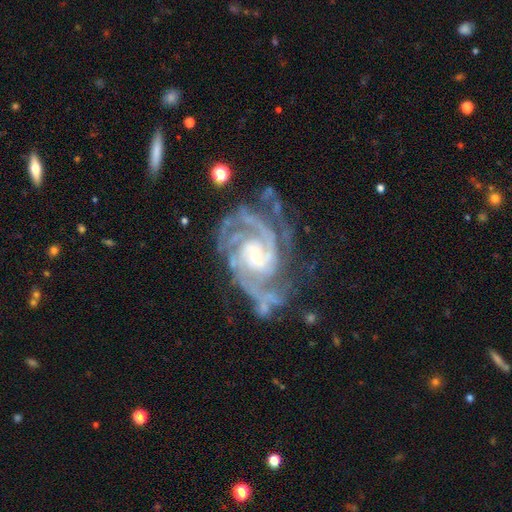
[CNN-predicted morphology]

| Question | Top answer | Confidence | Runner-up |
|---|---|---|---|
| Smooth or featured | featured or disk | 92% | star or artifact (5%) |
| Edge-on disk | no | 98% | yes (2%) |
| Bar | no | 52% | weak (36%) |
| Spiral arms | yes | 98% | no (2%) |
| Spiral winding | tight | 59% | medium (35%) |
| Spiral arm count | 2 | 42% | 3 (23%) |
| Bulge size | small | 65% | moderate (30%) |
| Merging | none | 56% | minor disturbance (23%) |